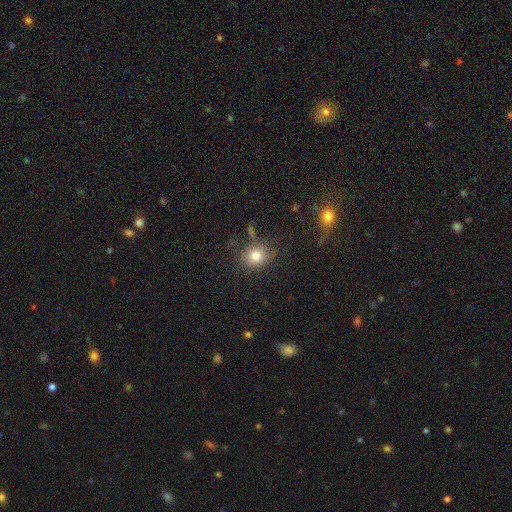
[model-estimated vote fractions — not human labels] Q: Smooth or featured?
A: smooth (80%); runner-up: star or artifact (11%)
Q: How rounded?
A: round (65%); runner-up: in between (34%)
Q: Merging?
A: none (77%); runner-up: minor disturbance (14%)